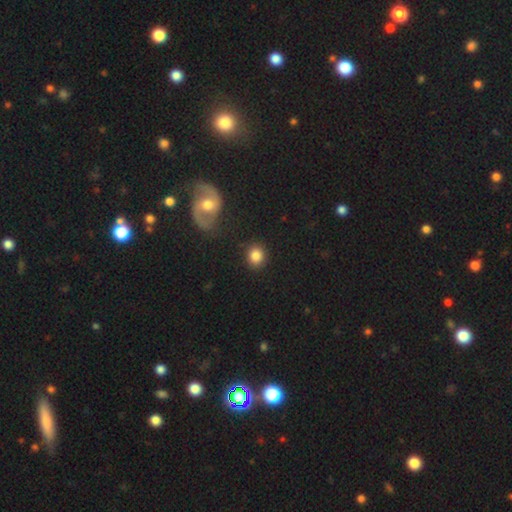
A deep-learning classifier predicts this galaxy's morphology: type=smooth (84%); roundness=round (81%); merging=none (86%).